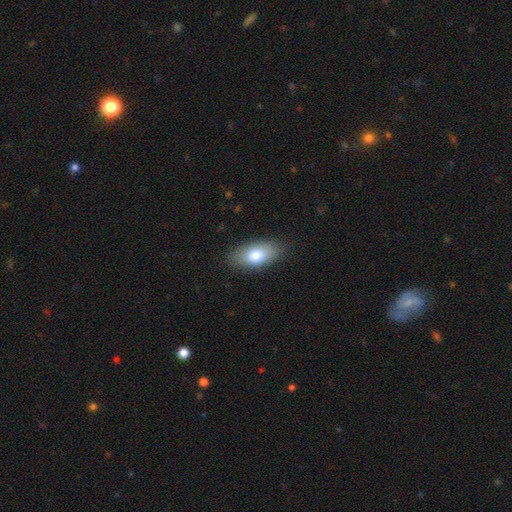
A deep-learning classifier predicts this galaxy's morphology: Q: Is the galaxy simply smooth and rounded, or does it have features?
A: smooth — 78%.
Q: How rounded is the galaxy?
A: in between — 89%.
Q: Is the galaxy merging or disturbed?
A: none — 83%.